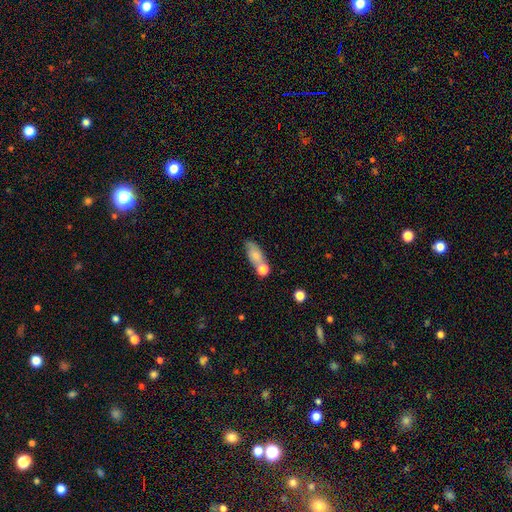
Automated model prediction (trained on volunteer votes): Smooth or featured? smooth (71%)
How rounded? in between (77%)
Merging? none (51%)